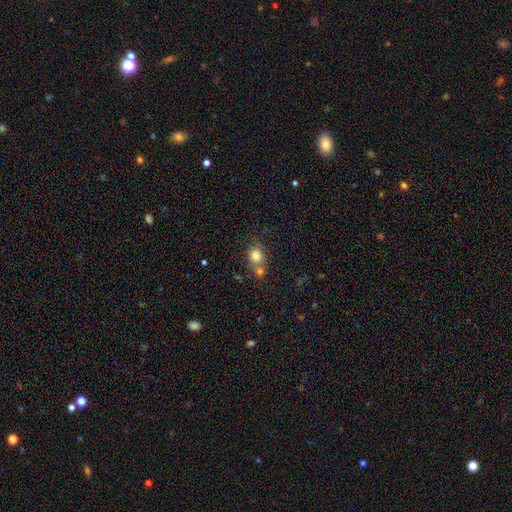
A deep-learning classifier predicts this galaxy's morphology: smooth 81%, star or artifact 10%, featured or disk 9%. Down the decision tree: how rounded — round (71%); merging — none (46%).